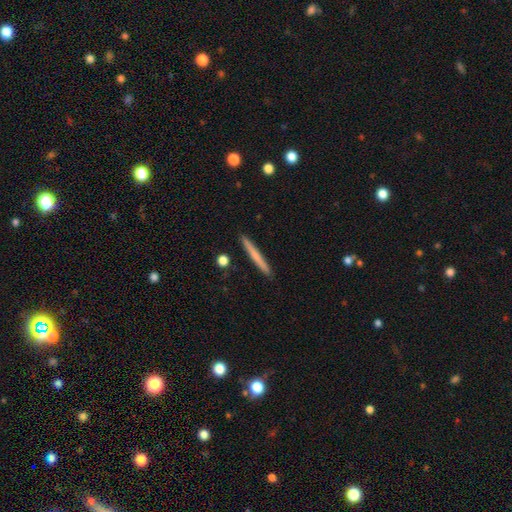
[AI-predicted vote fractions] Smooth or featured? smooth (63%)
How rounded? cigar-shaped (97%)
Merging? none (92%)